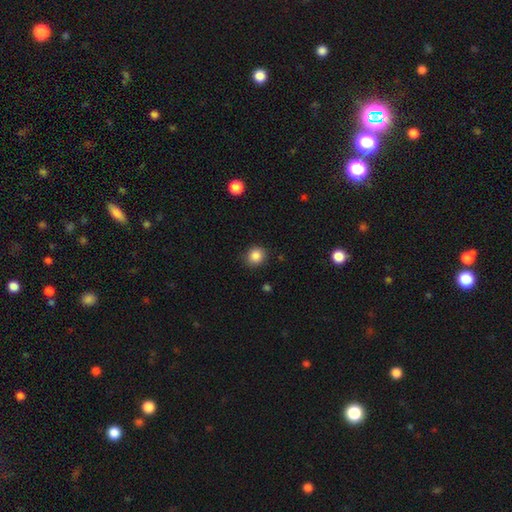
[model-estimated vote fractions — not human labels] Q: Smooth or featured?
A: smooth (86%); runner-up: star or artifact (10%)
Q: How rounded?
A: round (83%); runner-up: in between (16%)
Q: Merging?
A: none (88%); runner-up: minor disturbance (9%)